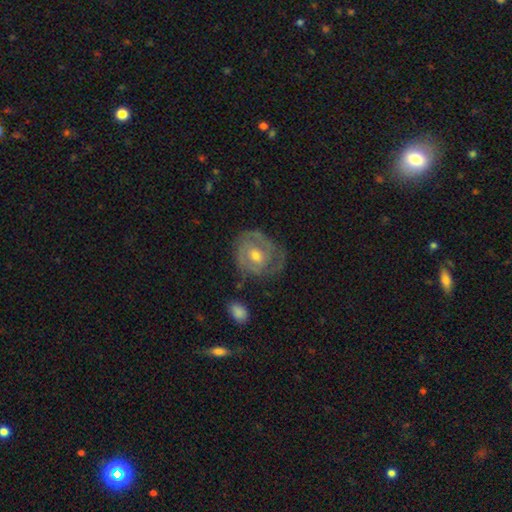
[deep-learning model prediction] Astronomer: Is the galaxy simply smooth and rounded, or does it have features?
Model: featured or disk — 76%.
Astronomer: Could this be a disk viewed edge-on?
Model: no — 97%.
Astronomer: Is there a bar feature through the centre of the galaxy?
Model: no — 58% (runner-up: weak, 35%).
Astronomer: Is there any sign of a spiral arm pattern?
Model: yes — 82%.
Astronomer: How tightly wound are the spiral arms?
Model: tight — 64%.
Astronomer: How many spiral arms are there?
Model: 2 — 43% (runner-up: can't tell, 31%).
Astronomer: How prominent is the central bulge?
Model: moderate — 62%.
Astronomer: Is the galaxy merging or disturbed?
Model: none — 64%.